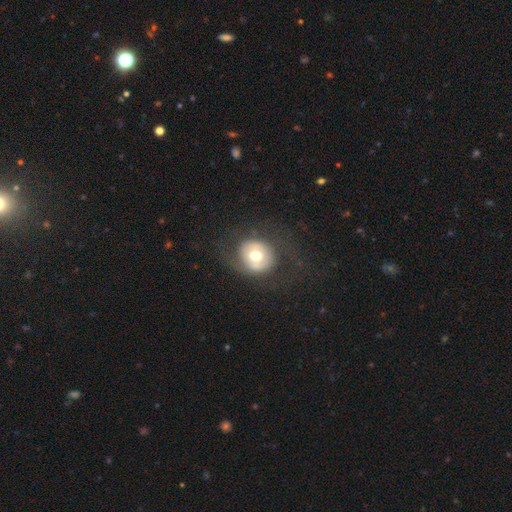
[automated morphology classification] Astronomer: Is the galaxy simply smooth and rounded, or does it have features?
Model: smooth — 52% (runner-up: featured or disk, 40%).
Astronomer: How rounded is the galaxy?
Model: round — 77%.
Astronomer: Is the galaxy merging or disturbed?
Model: none — 69%.